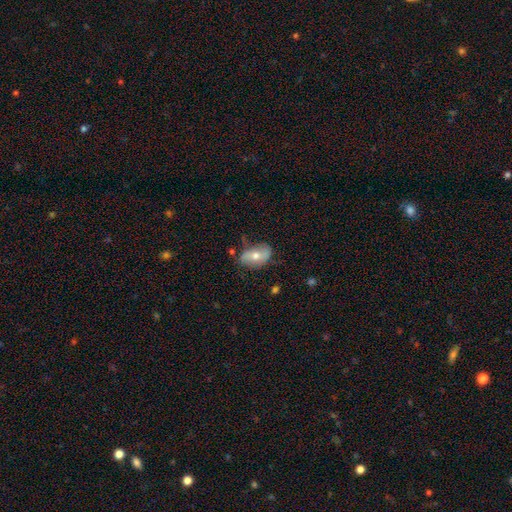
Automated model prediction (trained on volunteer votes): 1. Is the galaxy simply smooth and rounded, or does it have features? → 51% smooth, 41% featured or disk, 7% star or artifact.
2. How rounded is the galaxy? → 89% in between, 8% round, 3% cigar-shaped.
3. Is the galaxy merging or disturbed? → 62% none, 28% minor disturbance, 7% major disturbance, 3% merger.